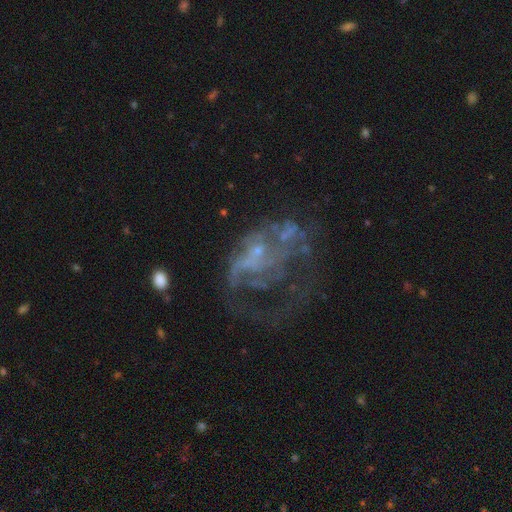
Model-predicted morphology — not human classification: The model was most divided on "spiral arms": no: 55%, yes: 45%. More confident: edge-on disk — no (98%); bar — no (79%); smooth or featured — featured or disk (72%); bulge size — small (53%); merging — major disturbance (50%).